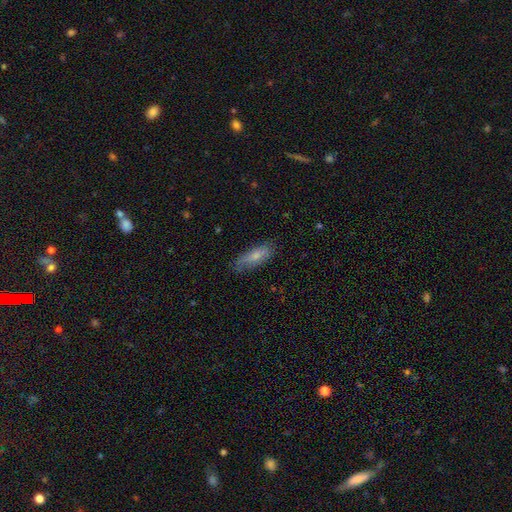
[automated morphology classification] smooth 72%, featured or disk 22%, star or artifact 6%. Down the decision tree: how rounded — in between (60%); merging — none (71%).